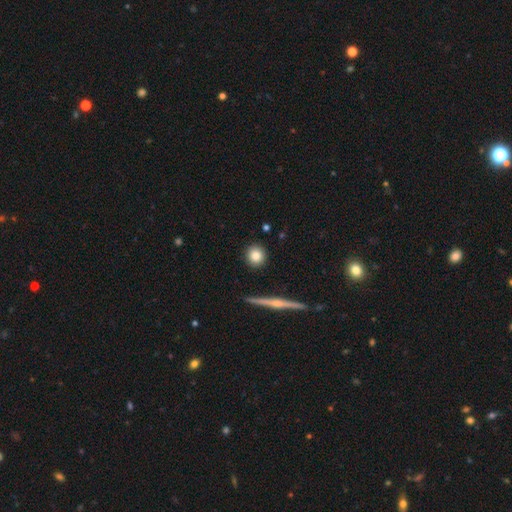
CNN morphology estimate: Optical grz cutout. It shows a smooth galaxy with no disk features (79%) that is round (90%). Merging: none (90%).